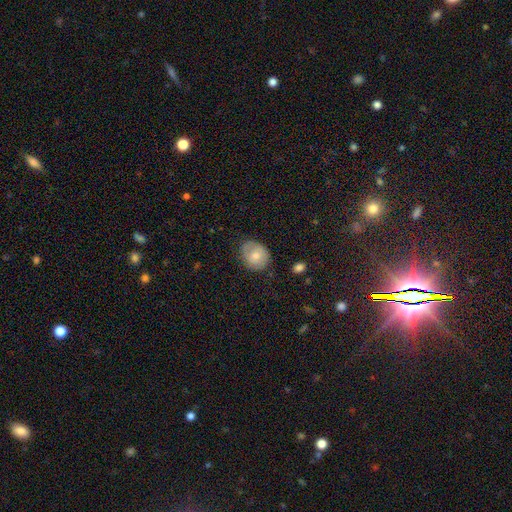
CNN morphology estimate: smooth-or-featured: smooth: 65% | featured or disk: 28% | star or artifact: 7%
  how-rounded: round: 59% | in between: 40% | cigar-shaped: 1%
  merging: none: 67% | minor disturbance: 25% | major disturbance: 6% | merger: 2%